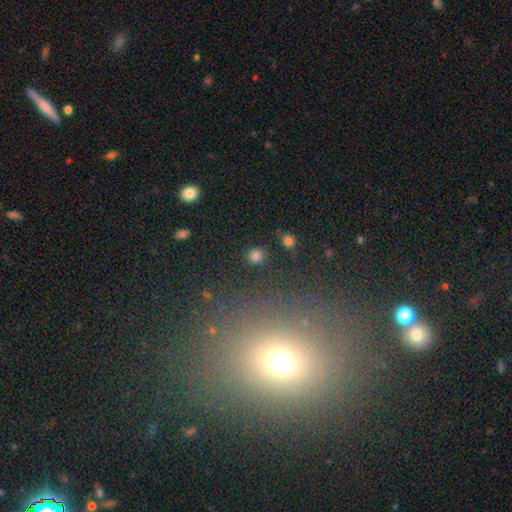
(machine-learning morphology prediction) smooth-or-featured: smooth: 79% | star or artifact: 16% | featured or disk: 5%
  how-rounded: round: 89% | in between: 10% | cigar-shaped: 1%
  merging: none: 86% | minor disturbance: 8% | merger: 3% | major disturbance: 3%